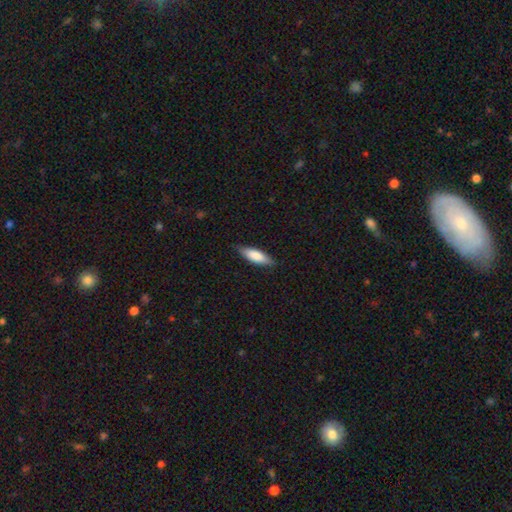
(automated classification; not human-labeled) This appears to be a smooth galaxy with no disk features (80%) that is in between round and cigar-shaped (57%). Merging: none (84%).